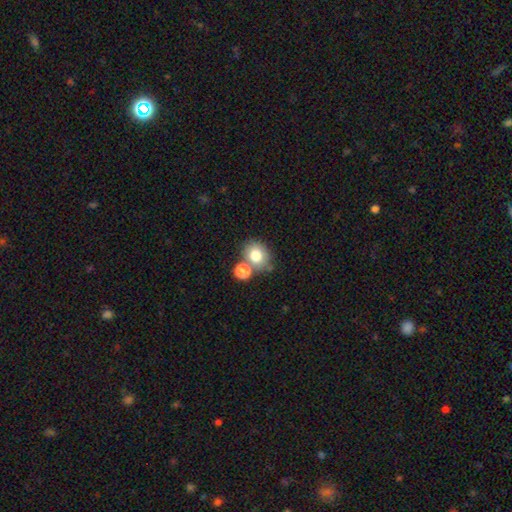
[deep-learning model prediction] Smooth or featured? Predicted: smooth (p=0.77). How rounded? Predicted: round (p=0.66). Merging? Predicted: none (p=0.57).